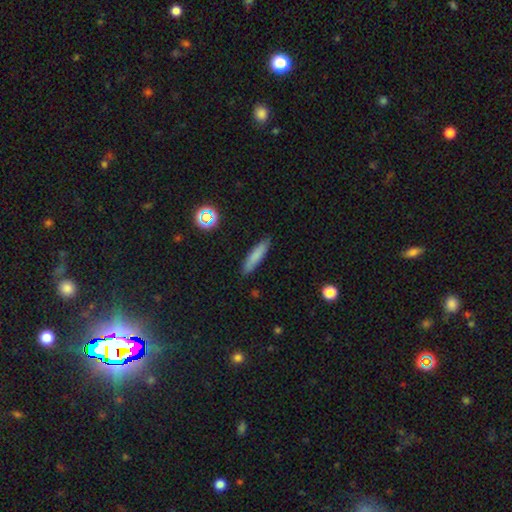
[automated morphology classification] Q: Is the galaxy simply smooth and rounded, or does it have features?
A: smooth — 79%.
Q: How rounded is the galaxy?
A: cigar-shaped — 81%.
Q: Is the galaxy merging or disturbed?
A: none — 86%.